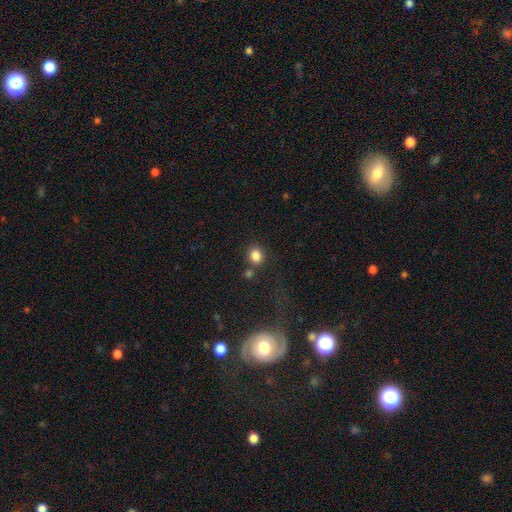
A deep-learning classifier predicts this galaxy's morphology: This is clearly a smooth galaxy (83%). How rounded: likely round (70%). Merging: likely none (73%).